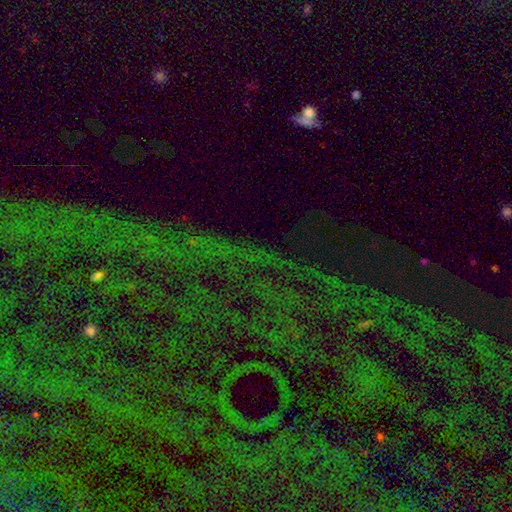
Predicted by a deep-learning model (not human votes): A star or artifact, not a galaxy (79%).

Vote fractions:
- Smooth or featured? star or artifact: 79% / featured or disk: 11% / smooth: 10%